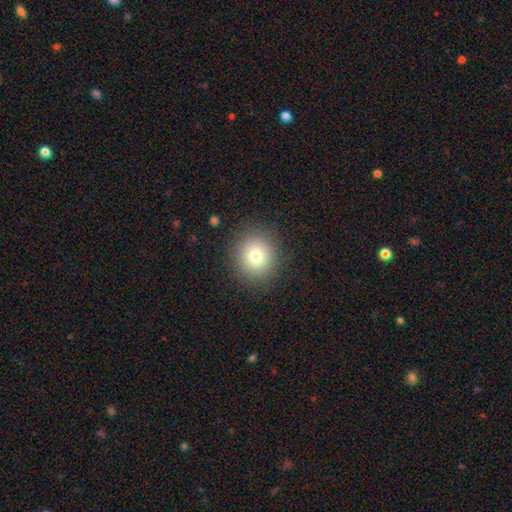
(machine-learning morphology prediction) Overall: smooth (77%). How rounded: round (90%). Merging: none (89%).